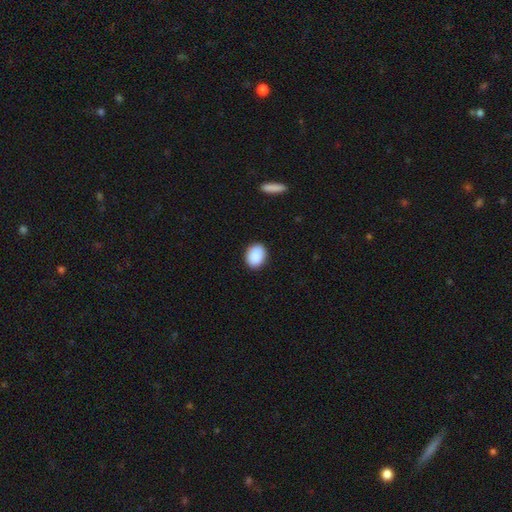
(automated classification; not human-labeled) A smooth galaxy with no disk features (90%) that is in between round and cigar-shaped (63%). Merging: none (89%).